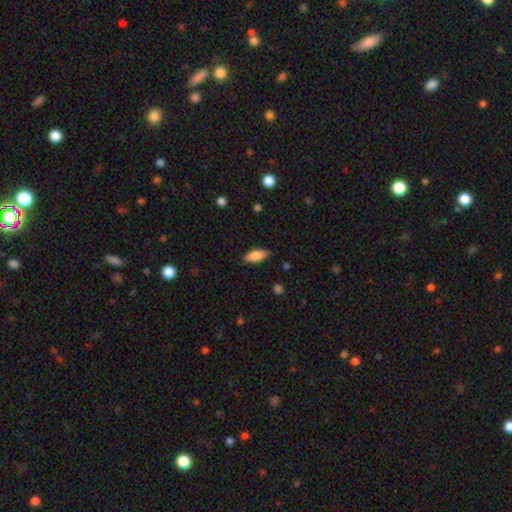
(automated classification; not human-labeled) The model was most divided on "how rounded": in between: 78%, cigar-shaped: 20%, round: 2%. More confident: merging — none (84%); smooth or featured — smooth (81%).